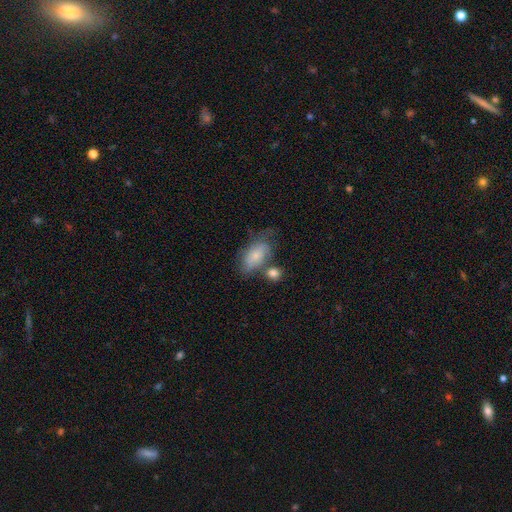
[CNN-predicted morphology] smooth 64%, featured or disk 29%, star or artifact 7%. Down the decision tree: how rounded — in between (89%); merging — none (42%).